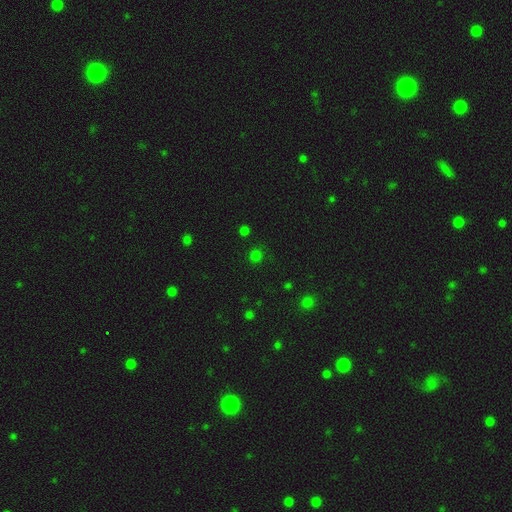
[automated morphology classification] Smooth or featured? Predicted: smooth (p=0.71). How rounded? Predicted: round (p=0.91). Merging? Predicted: none (p=0.86).